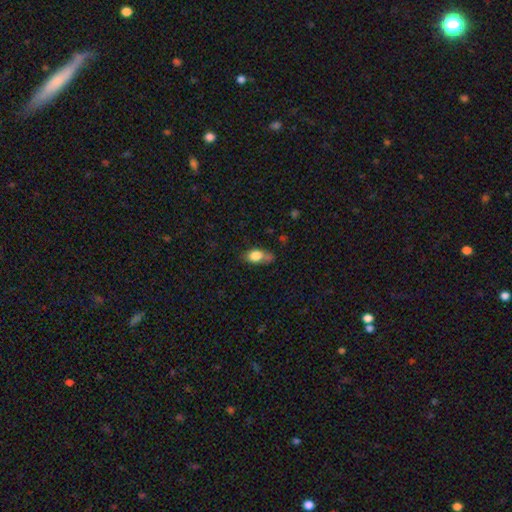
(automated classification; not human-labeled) smooth-or-featured: smooth: 80% | featured or disk: 11% | star or artifact: 9%
  how-rounded: in between: 81% | round: 14% | cigar-shaped: 6%
  merging: none: 47% | minor disturbance: 32% | major disturbance: 11% | merger: 10%